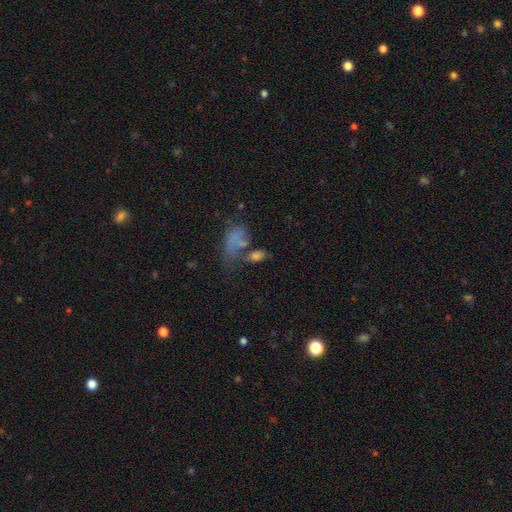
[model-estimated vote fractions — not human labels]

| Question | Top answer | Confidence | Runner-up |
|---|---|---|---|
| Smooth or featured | smooth | 68% | featured or disk (18%) |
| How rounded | in between | 83% | round (11%) |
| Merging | none | 35% | merger (33%) |